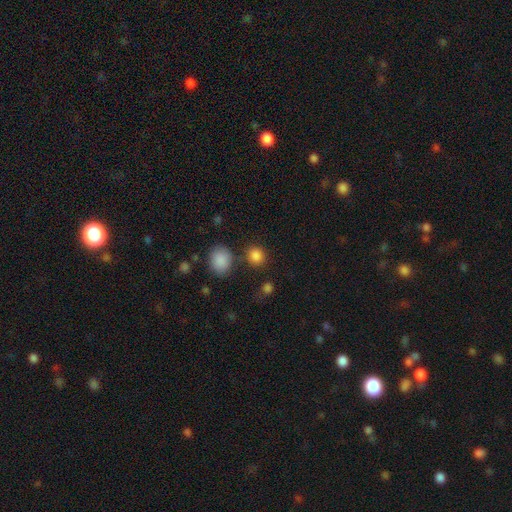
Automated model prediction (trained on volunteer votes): Morphology: type=smooth (85%); roundness=round (80%); merging=none (76%).